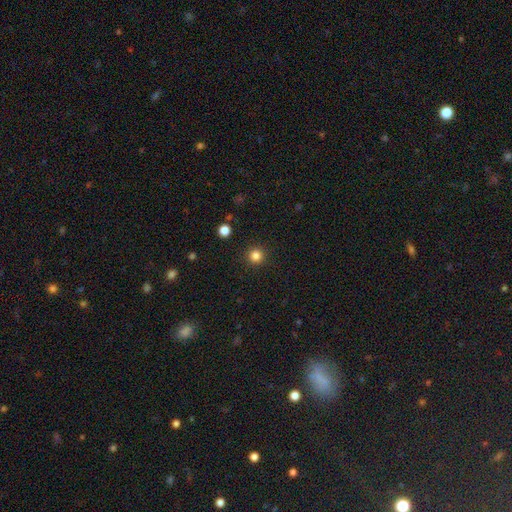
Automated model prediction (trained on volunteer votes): Smooth or featured? Predicted: smooth (p=0.83). How rounded? Predicted: round (p=0.96). Merging? Predicted: none (p=0.93).